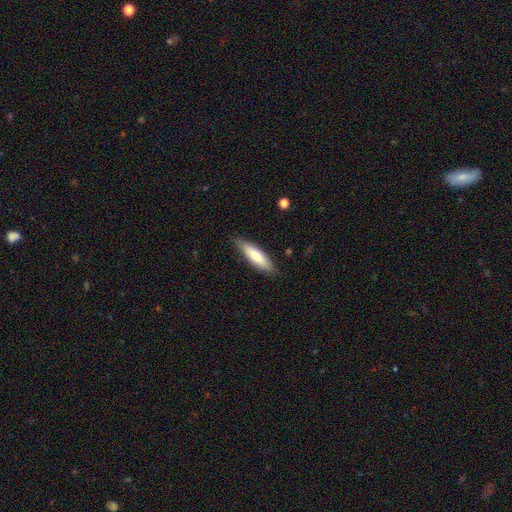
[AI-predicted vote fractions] Q: Smooth or featured?
A: smooth (70%); runner-up: featured or disk (24%)
Q: How rounded?
A: cigar-shaped (58%); runner-up: in between (40%)
Q: Merging?
A: none (85%); runner-up: minor disturbance (12%)